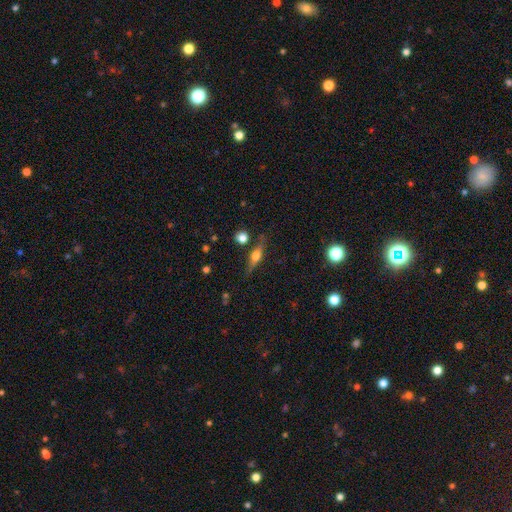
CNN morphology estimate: smooth_or_featured: featured or disk (p=0.59) [alt: smooth p=0.33]
disk_edge_on: yes (p=0.94) [alt: no p=0.06]
edge_on_bulge: rounded (p=0.91) [alt: boxy p=0.06]
merging: none (p=0.80) [alt: minor disturbance p=0.13]